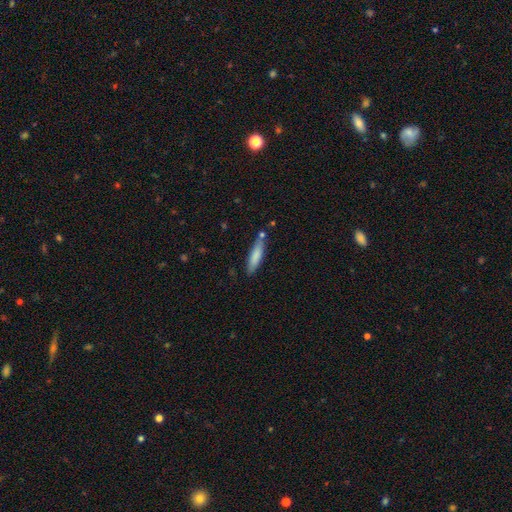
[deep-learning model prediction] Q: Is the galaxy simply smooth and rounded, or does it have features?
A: smooth — 79%.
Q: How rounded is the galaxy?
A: cigar-shaped — 79%.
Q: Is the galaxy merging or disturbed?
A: none — 75%.